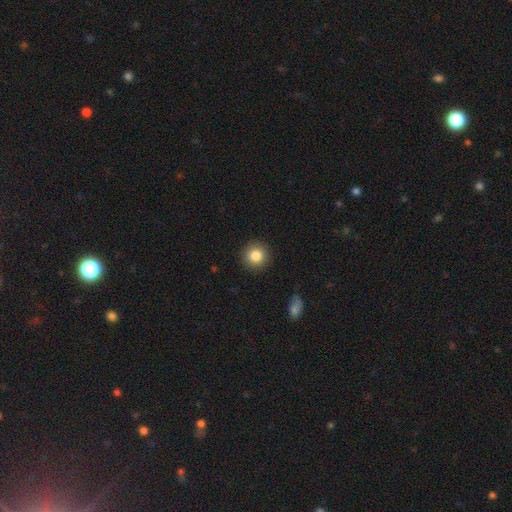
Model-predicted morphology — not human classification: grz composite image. It shows a smooth galaxy with no disk features (85%) that is round (93%). Merging: none (91%).